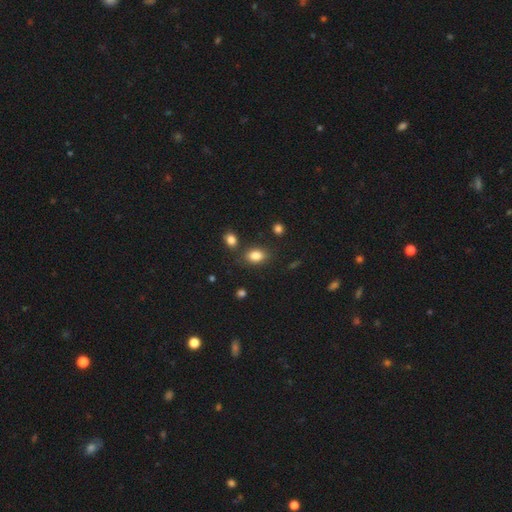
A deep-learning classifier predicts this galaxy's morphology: This appears to be a smooth galaxy with no disk features (84%) that is in between round and cigar-shaped (80%). Merging: none (78%).